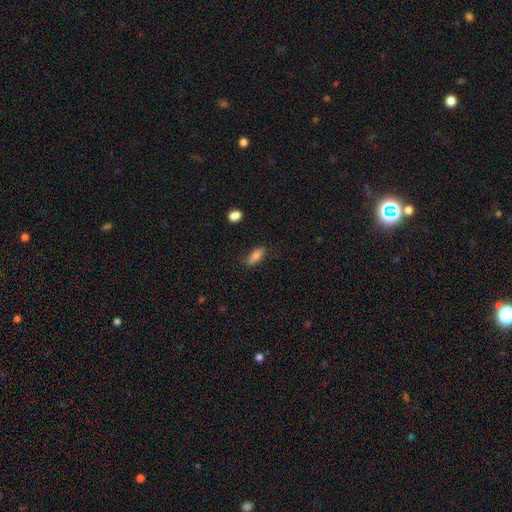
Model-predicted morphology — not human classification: Overall: smooth (82%). How rounded: in between (67%; cigar-shaped 30%). Merging: none (80%).